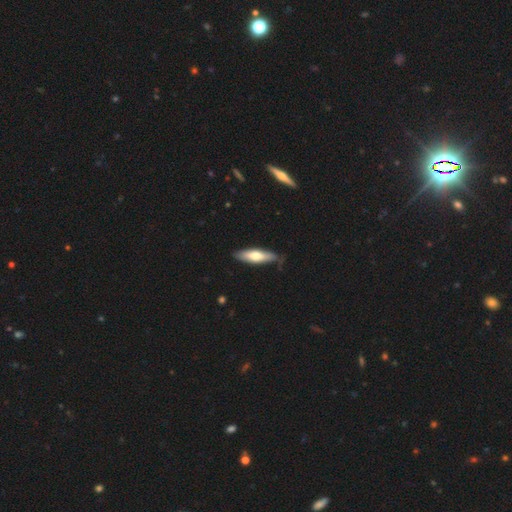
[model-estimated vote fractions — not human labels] This appears to be a smooth galaxy with no disk features (62%) that is cigar-shaped (58%). Merging: none (77%).